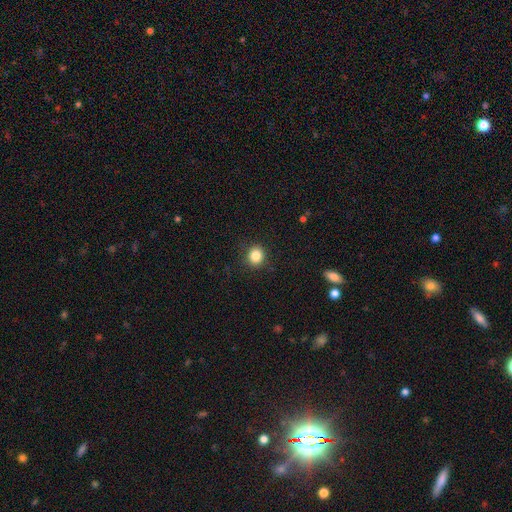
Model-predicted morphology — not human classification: Q: Smooth or featured?
A: smooth (85%); runner-up: star or artifact (11%)
Q: How rounded?
A: round (84%); runner-up: in between (15%)
Q: Merging?
A: none (90%); runner-up: minor disturbance (7%)